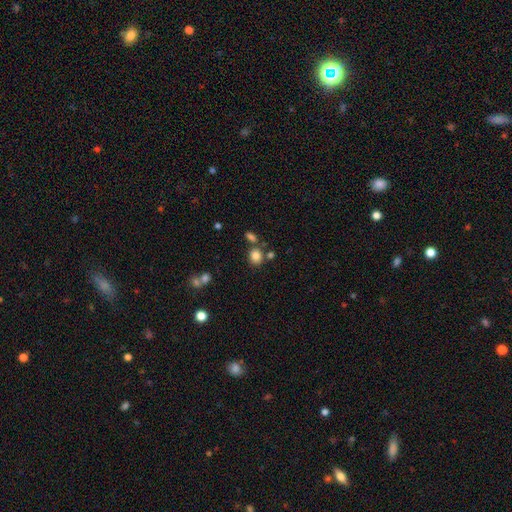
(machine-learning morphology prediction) smooth-or-featured: smooth: 82% | star or artifact: 11% | featured or disk: 7%
  how-rounded: round: 70% | in between: 29% | cigar-shaped: 1%
  merging: none: 68% | merger: 16% | minor disturbance: 11% | major disturbance: 4%